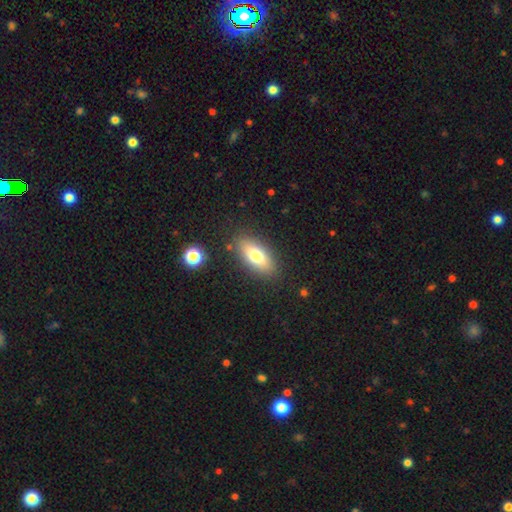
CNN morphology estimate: A smooth galaxy with no disk features (72%) that is in between round and cigar-shaped (83%). Merging: none (85%).